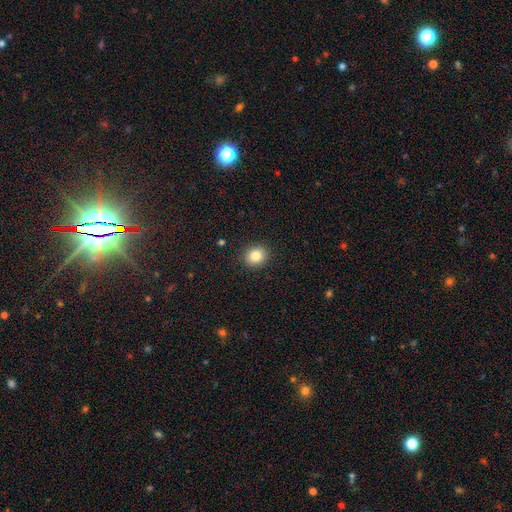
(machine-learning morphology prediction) smooth-or-featured: smooth: 83% | star or artifact: 10% | featured or disk: 6%
  how-rounded: round: 80% | in between: 19% | cigar-shaped: 1%
  merging: none: 91% | minor disturbance: 6% | major disturbance: 2% | merger: 1%